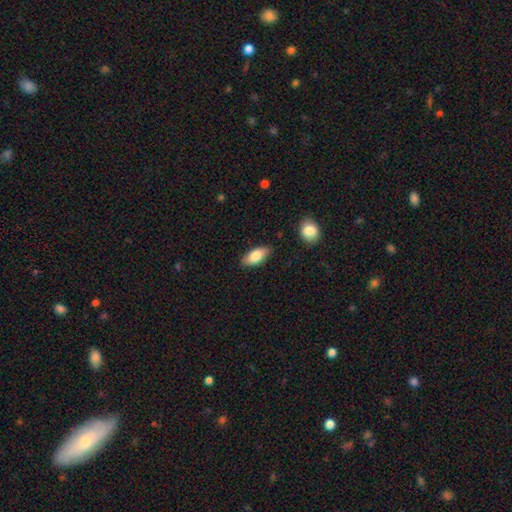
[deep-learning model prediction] smooth 81%, featured or disk 12%, star or artifact 6%. Down the decision tree: how rounded — in between (88%); merging — none (85%).